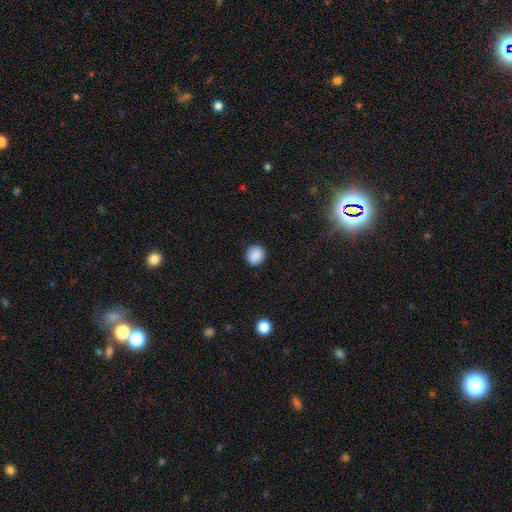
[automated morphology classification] Smooth or featured? smooth (89%)
How rounded? round (85%)
Merging? none (89%)